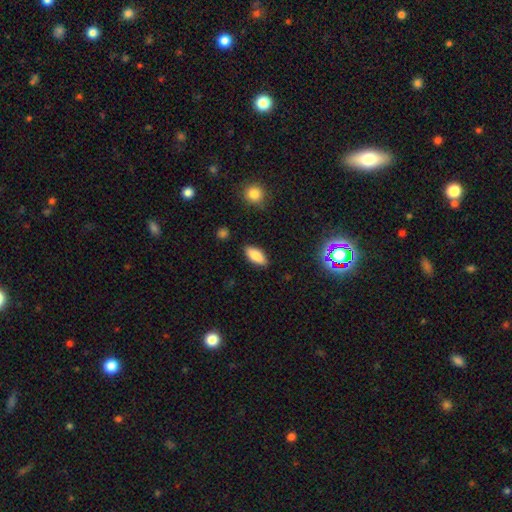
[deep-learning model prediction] This appears to be a smooth galaxy with no disk features (82%) that is in between round and cigar-shaped (81%). Merging: none (86%).